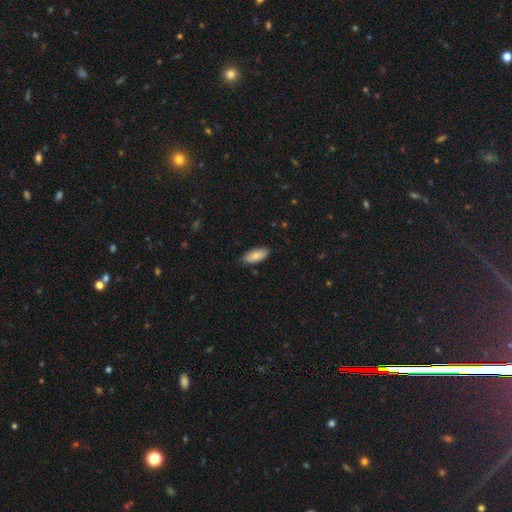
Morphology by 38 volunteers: Smooth or featured?
  - smooth: 95% *
  - featured or disk: 3%
  - star or artifact: 3%
How rounded?
  - in between: 83% *
  - cigar-shaped: 17%
  - round: 0%
Merging?
  - none: 76% *
  - minor disturbance: 24%
  - major disturbance: 0%
  - merger: 0%